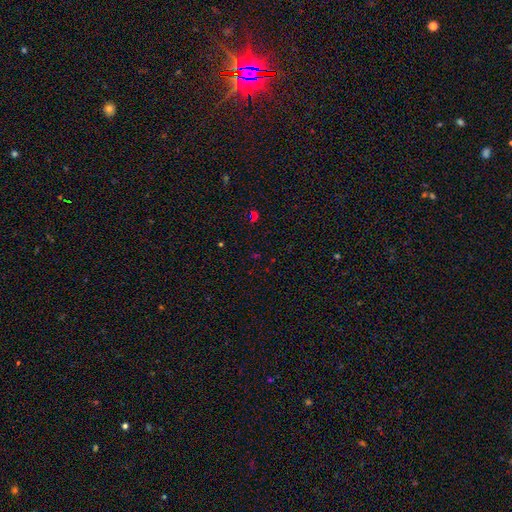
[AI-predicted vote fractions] A star or artifact, not a galaxy (65%).